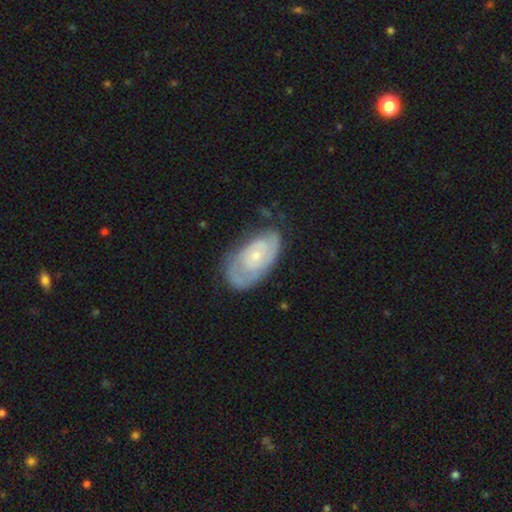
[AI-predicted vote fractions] Smooth or featured?
  - featured or disk: 66% *
  - smooth: 28%
  - star or artifact: 6%
Edge-on disk?
  - no: 94% *
  - yes: 6%
Bar?
  - no: 82% *
  - weak: 15%
  - strong: 3%
Spiral arms?
  - yes: 73% *
  - no: 27%
Bulge size?
  - small: 71% *
  - moderate: 24%
  - none: 2%
  - large: 2%
  - dominant: 1%
Merging?
  - none: 64% *
  - minor disturbance: 25%
  - major disturbance: 9%
  - merger: 2%